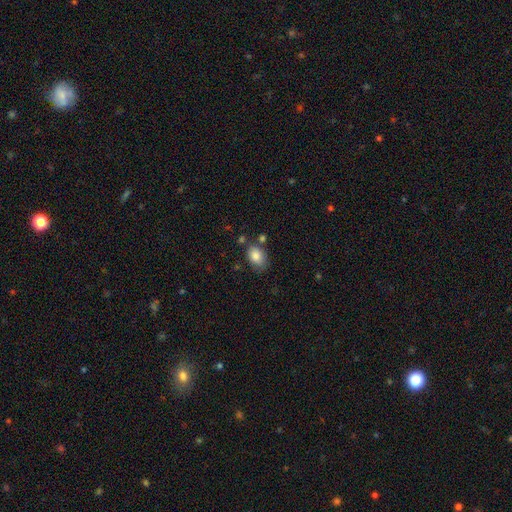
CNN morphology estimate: smooth-or-featured: smooth: 84% | star or artifact: 8% | featured or disk: 8%
  how-rounded: in between: 81% | round: 18% | cigar-shaped: 1%
  merging: none: 64% | minor disturbance: 22% | merger: 9% | major disturbance: 6%